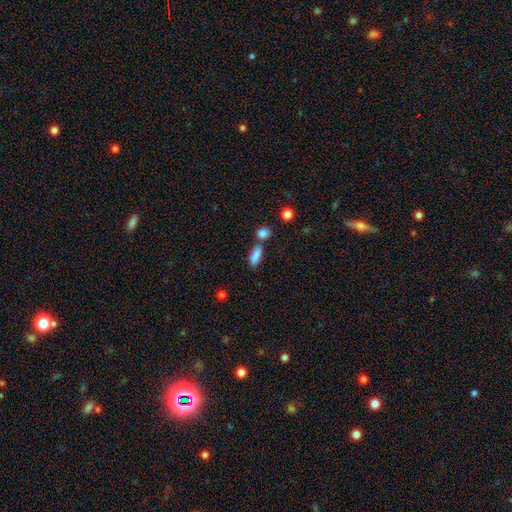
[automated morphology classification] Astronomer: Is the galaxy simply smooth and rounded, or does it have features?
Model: smooth — 85%.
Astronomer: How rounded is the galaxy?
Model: in between — 65%.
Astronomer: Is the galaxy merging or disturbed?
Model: none — 61%.